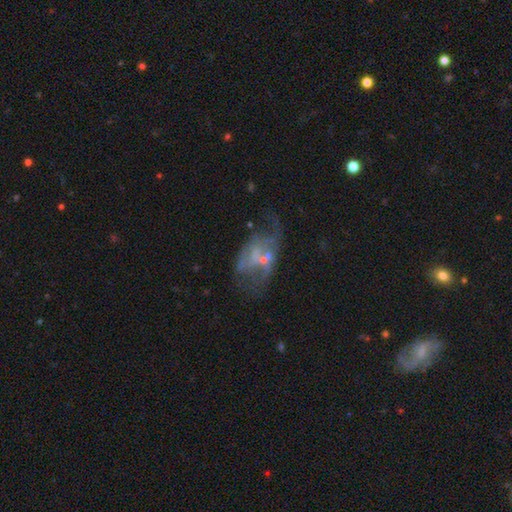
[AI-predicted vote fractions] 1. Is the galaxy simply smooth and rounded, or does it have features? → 64% featured or disk, 23% smooth, 13% star or artifact.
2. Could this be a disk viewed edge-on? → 95% no, 5% yes.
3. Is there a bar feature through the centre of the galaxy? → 64% no, 28% weak, 8% strong.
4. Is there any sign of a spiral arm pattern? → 52% no, 48% yes.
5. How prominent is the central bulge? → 54% small, 24% none, 19% moderate, 2% large, 1% dominant.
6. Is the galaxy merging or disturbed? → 32% major disturbance (tied), 32% none (tied), 19% minor disturbance, 17% merger.